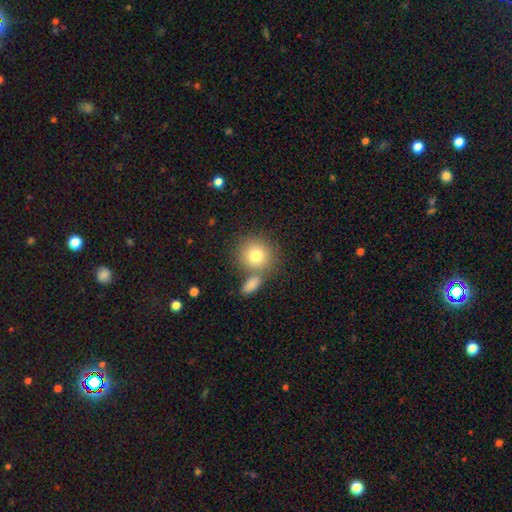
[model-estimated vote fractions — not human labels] Smooth or featured? smooth (79%)
How rounded? round (85%)
Merging? none (63%)